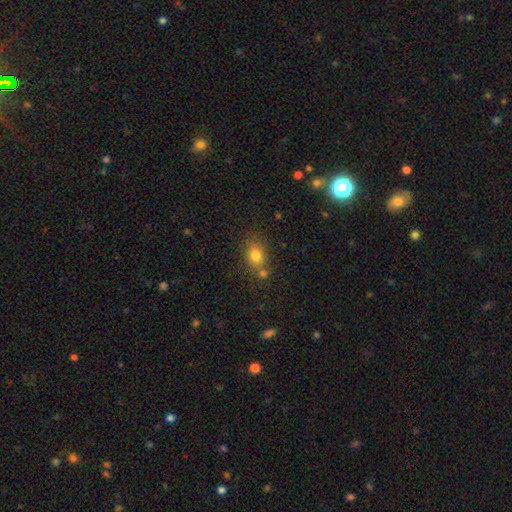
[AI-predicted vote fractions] Smooth or featured? smooth (78%)
How rounded? in between (57%)
Merging? none (62%)